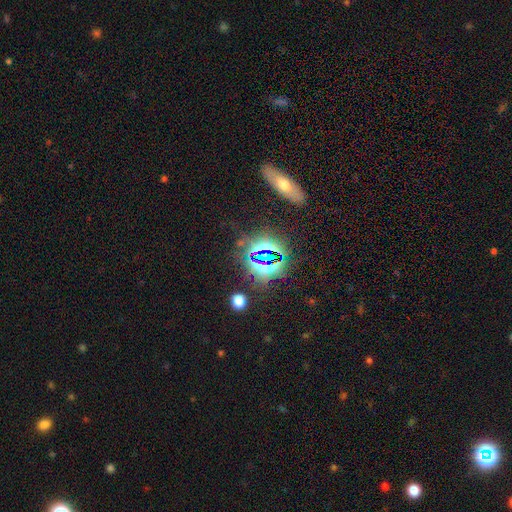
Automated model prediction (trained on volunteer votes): The model was most divided on "smooth or featured": star or artifact: 74%, smooth: 16%, featured or disk: 10%.